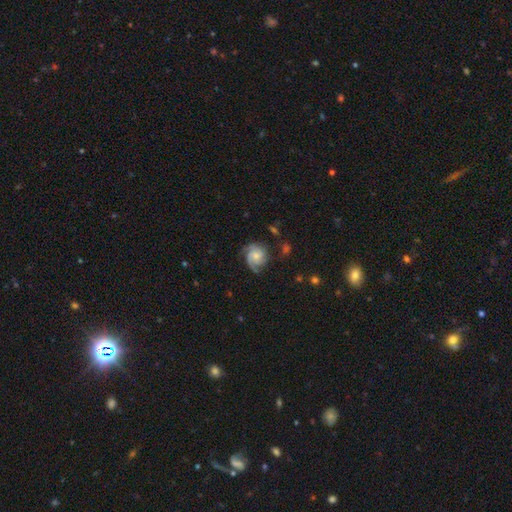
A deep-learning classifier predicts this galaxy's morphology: A featured or disk galaxy (75%) with no bar (73%), 3 (40%) tight (53%) spiral arms (96%) and a small central bulge (50%).

Vote fractions:
- Smooth or featured? featured or disk: 75% / smooth: 18% / star or artifact: 7%
- Edge-on disk? no: 98% / yes: 2%
- Bar? no: 73% / weak: 24% / strong: 3%
- Spiral arms? yes: 96% / no: 4%
- Spiral winding? tight: 53% / medium: 36% / loose: 11%
- Spiral arm count? 3: 40% / 2: 28% / can't tell: 15% / 1: 7% / 4: 6% / more than 4: 4%
- Bulge size? small: 50% / moderate: 36% / none: 9% / large: 4% / dominant: 1%
- Merging? none: 67% / minor disturbance: 21% / major disturbance: 10% / merger: 2%